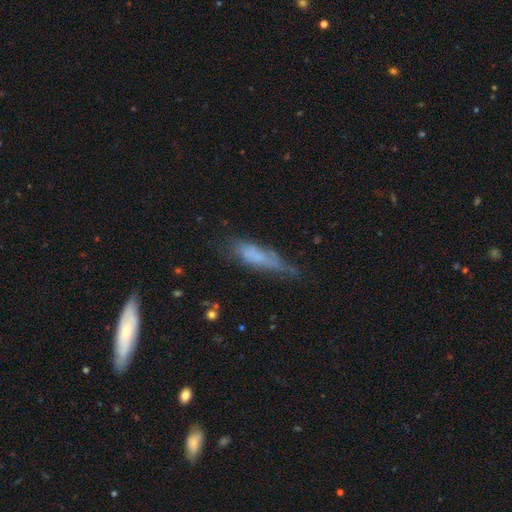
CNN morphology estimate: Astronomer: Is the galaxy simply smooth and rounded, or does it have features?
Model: smooth — 60%.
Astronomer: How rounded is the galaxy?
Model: cigar-shaped — 69%.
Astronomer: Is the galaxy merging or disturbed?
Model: none — 40% (runner-up: minor disturbance, 35%).